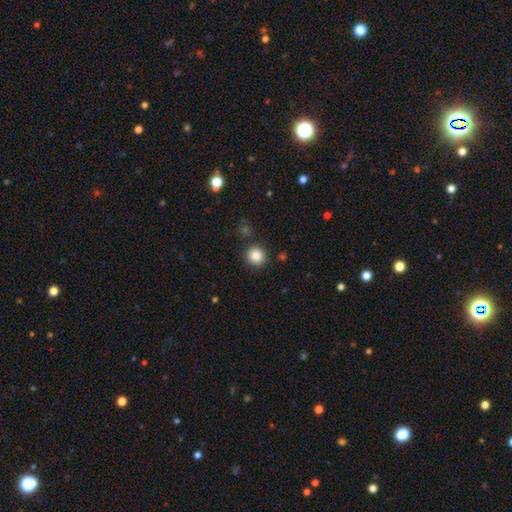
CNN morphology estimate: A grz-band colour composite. It shows a smooth galaxy with no disk features (85%) that is round (92%). Merging: none (89%).